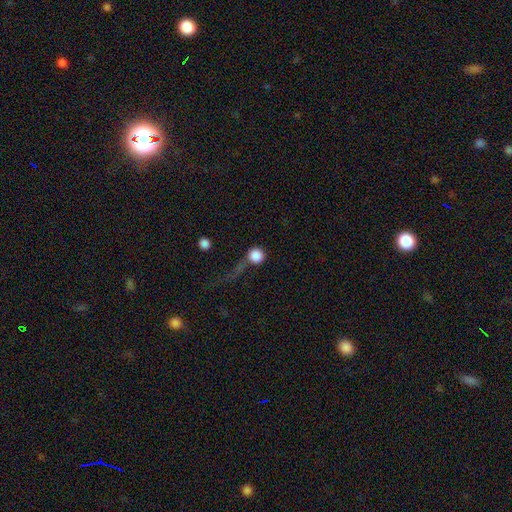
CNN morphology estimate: A smooth galaxy with no disk features (83%) that is round (93%). Merging: none (43%).